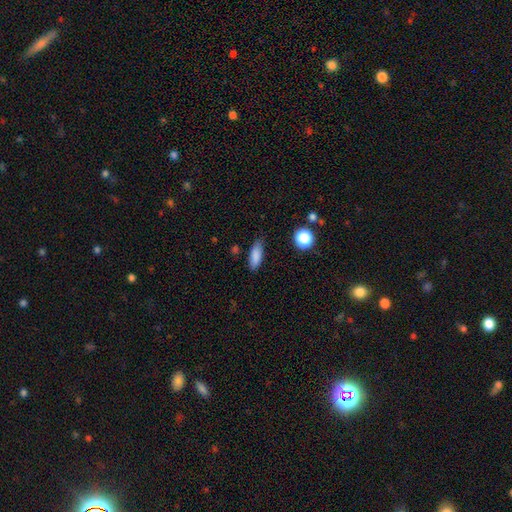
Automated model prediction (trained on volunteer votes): Morphology: type=smooth (85%); roundness=in between (66%); merging=none (77%).